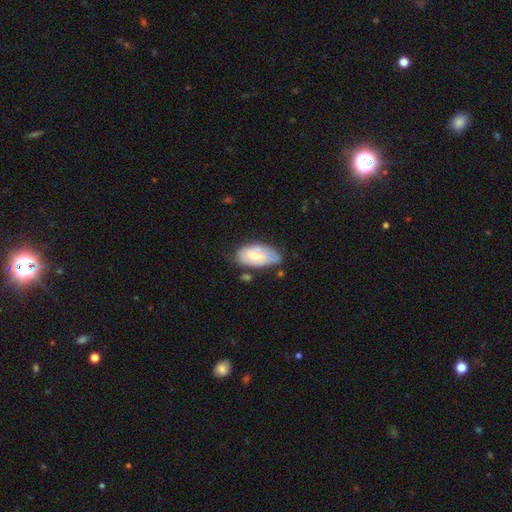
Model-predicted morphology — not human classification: smooth-or-featured: smooth: 49% | featured or disk: 44% | star or artifact: 7%
  merging: none: 51% | minor disturbance: 32% | major disturbance: 10% | merger: 7%